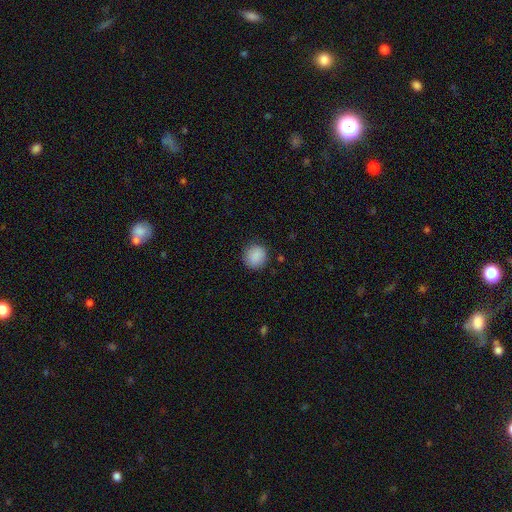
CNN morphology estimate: Smooth or featured?
  - smooth: 89% *
  - star or artifact: 8%
  - featured or disk: 3%
How rounded?
  - round: 91% *
  - in between: 8%
  - cigar-shaped: 1%
Merging?
  - none: 88% *
  - minor disturbance: 9%
  - major disturbance: 2%
  - merger: 1%